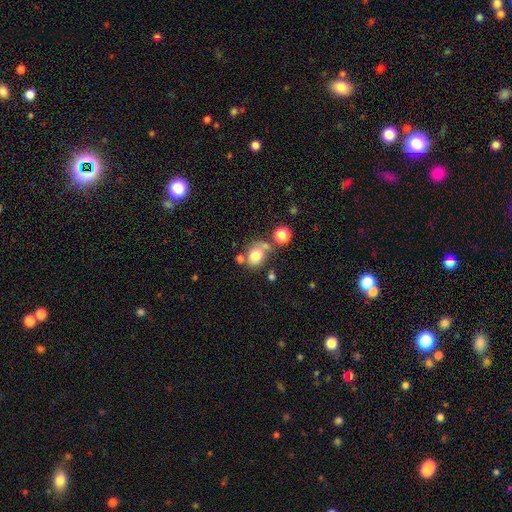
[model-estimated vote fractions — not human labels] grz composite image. It shows a smooth galaxy with no disk features (75%) that is round (56%). Merging: none (53%).